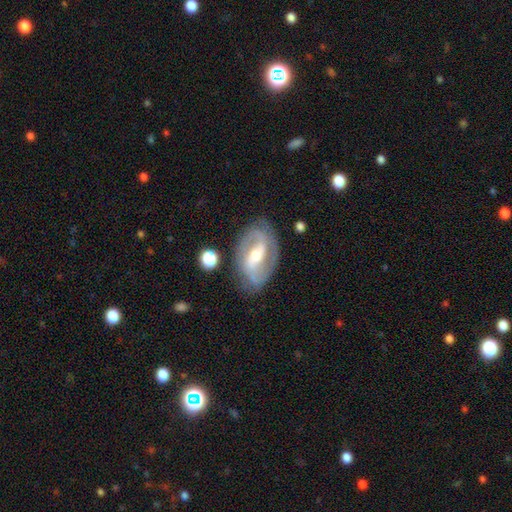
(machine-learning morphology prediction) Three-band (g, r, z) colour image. It shows a featured or disk galaxy (85%) with a strong bar (44%), 2 (87%) medium (49%) spiral arms (92%) and a moderate central bulge (58%). Merging: none (78%).